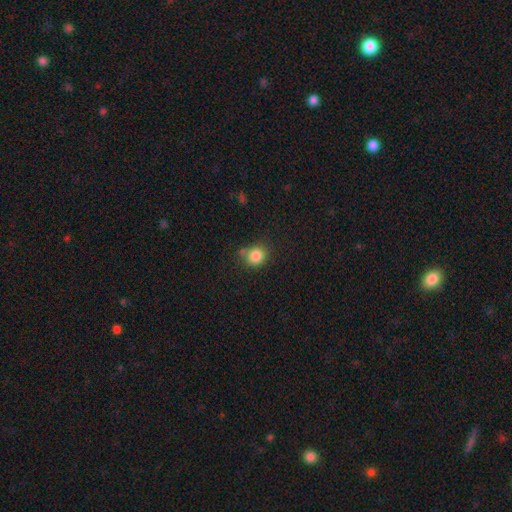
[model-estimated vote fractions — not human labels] This appears to be a smooth galaxy with no disk features (84%) that is round (78%). Merging: none (69%).